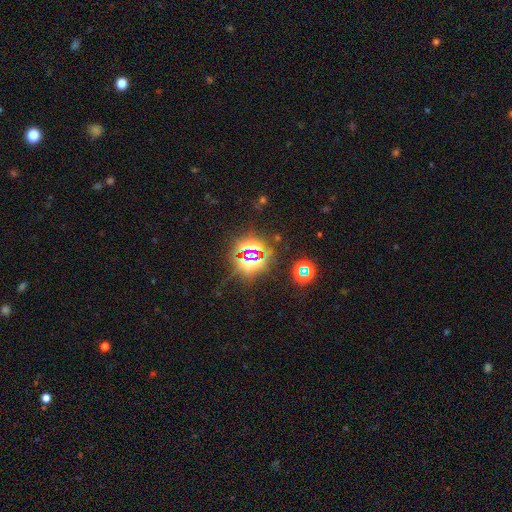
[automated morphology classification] Smooth or featured? star or artifact (74%)